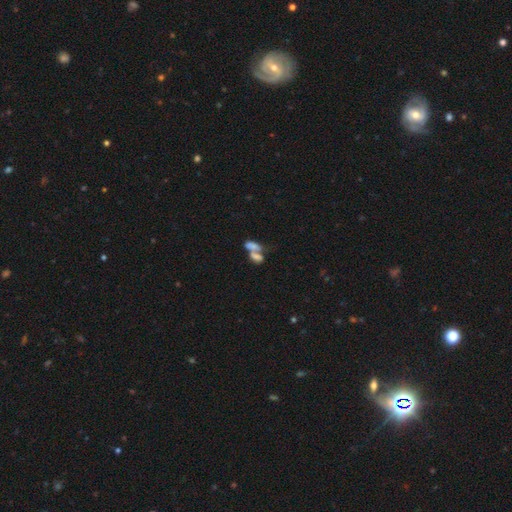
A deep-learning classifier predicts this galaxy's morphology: Q: Smooth or featured?
A: smooth (60%); runner-up: featured or disk (28%)
Q: How rounded?
A: in between (84%); runner-up: round (9%)
Q: Merging?
A: merger (70%); runner-up: none (16%)